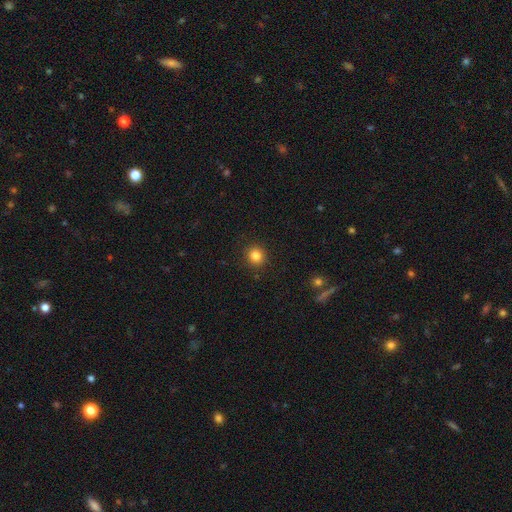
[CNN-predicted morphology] smooth_or_featured: smooth (p=0.84) [alt: star or artifact p=0.12]
how_rounded: round (p=0.90) [alt: in between p=0.09]
merging: none (p=0.91) [alt: minor disturbance p=0.06]